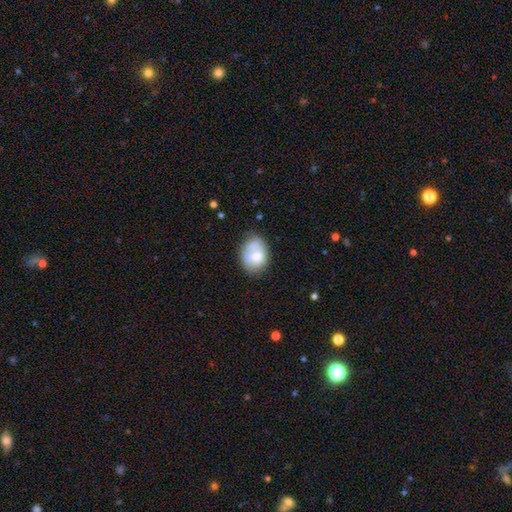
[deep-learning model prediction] This appears to be a smooth galaxy with no disk features (63%) that is in between round and cigar-shaped (65%). Merging: none (46%).